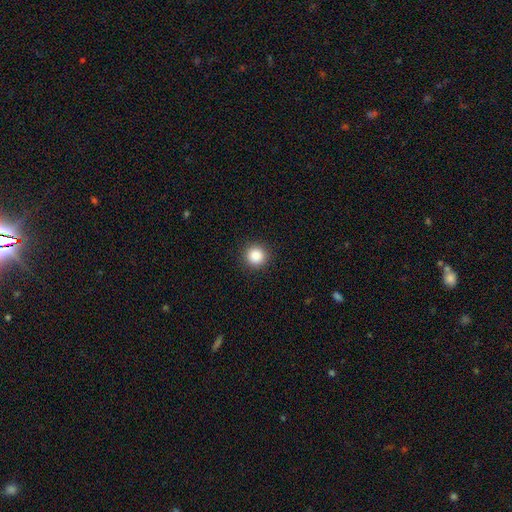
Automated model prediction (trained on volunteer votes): smooth 87%, star or artifact 10%, featured or disk 3%. Down the decision tree: how rounded — round (95%); merging — none (92%).